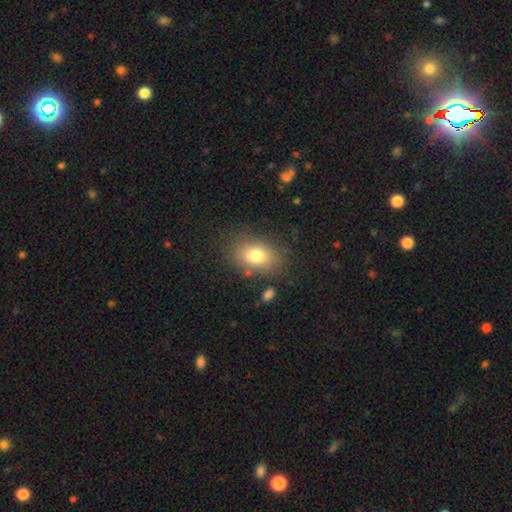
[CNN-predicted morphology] Q: Smooth or featured?
A: smooth (79%); runner-up: featured or disk (11%)
Q: How rounded?
A: in between (76%); runner-up: round (23%)
Q: Merging?
A: none (78%); runner-up: minor disturbance (14%)